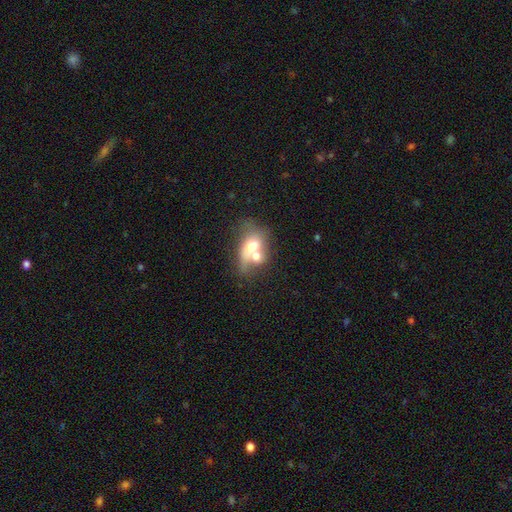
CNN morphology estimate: Smooth or featured? smooth (61%)
How rounded? in between (65%)
Merging? merger (68%)